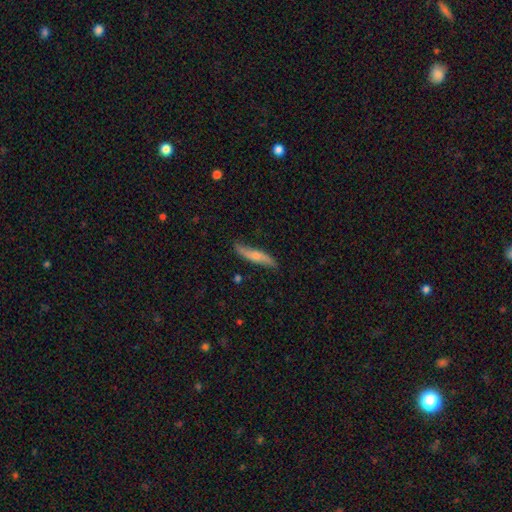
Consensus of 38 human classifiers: This appears to be a featured or disk galaxy (53%) viewed edge-on (60%) with a rounded central bulge (67%). Merging: none (89%).